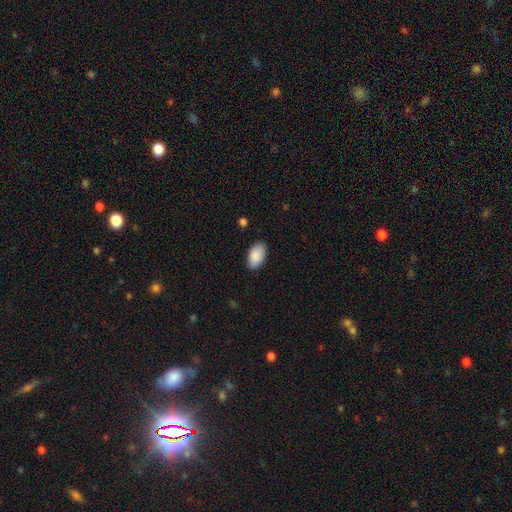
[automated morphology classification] Smooth or featured: smooth — 89% (star or artifact — 6%)
How rounded: in between — 94% (round — 4%)
Merging: none — 86% (minor disturbance — 11%)